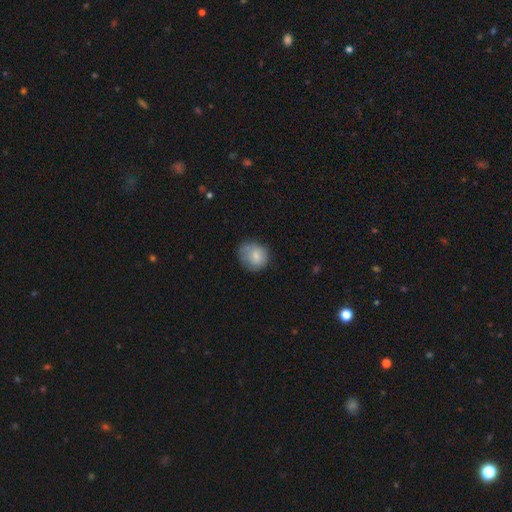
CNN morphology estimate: This is likely a smooth galaxy (77%). How rounded: likely round (70%). Merging: possibly none (60%).